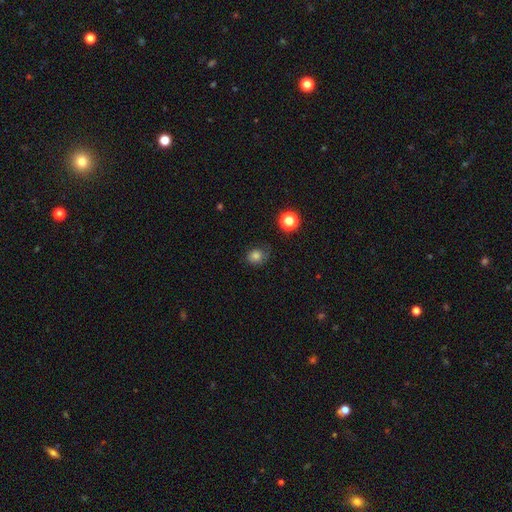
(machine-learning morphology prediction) Smooth or featured? Predicted: smooth (p=0.79). How rounded? Predicted: round (p=0.69). Merging? Predicted: none (p=0.65).